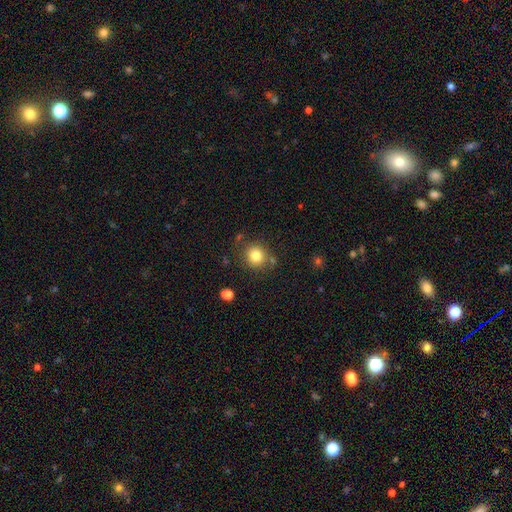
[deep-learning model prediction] Morphology: type=smooth (81%); roundness=round (89%); merging=none (78%).